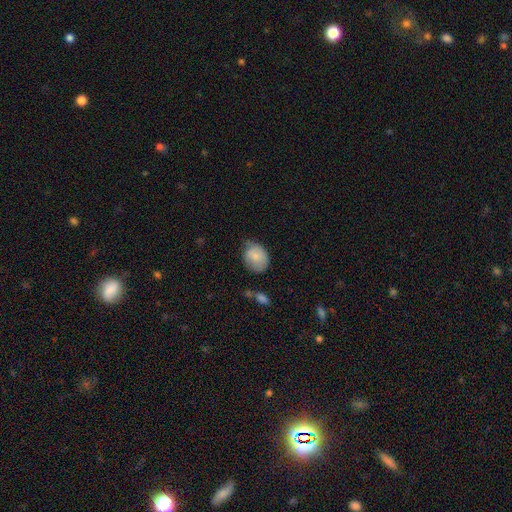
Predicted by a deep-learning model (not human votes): smooth 79%, featured or disk 14%, star or artifact 7%. Down the decision tree: how rounded — in between (57%); merging — none (51%).